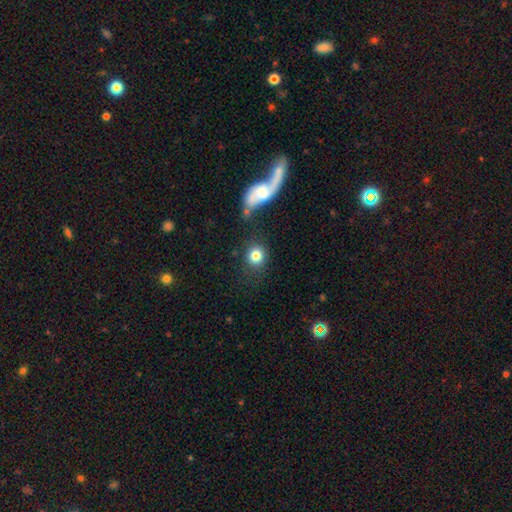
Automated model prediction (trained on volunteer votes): A smooth galaxy with no disk features (82%) that is round (84%). Merging: none (79%).